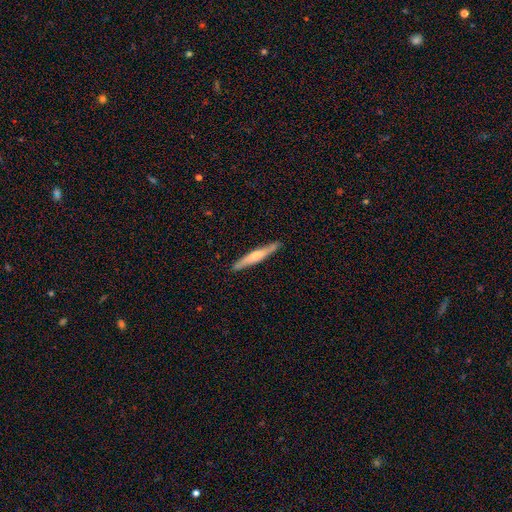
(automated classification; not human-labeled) This appears to be a featured or disk galaxy (50%). Merging: none (88%).